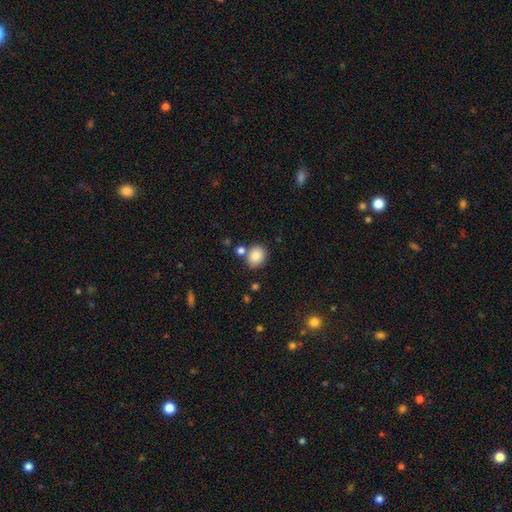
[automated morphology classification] smooth_or_featured: smooth (p=0.86) [alt: star or artifact p=0.09]
how_rounded: round (p=0.74) [alt: in between p=0.26]
merging: none (p=0.71) [alt: merger p=0.14]